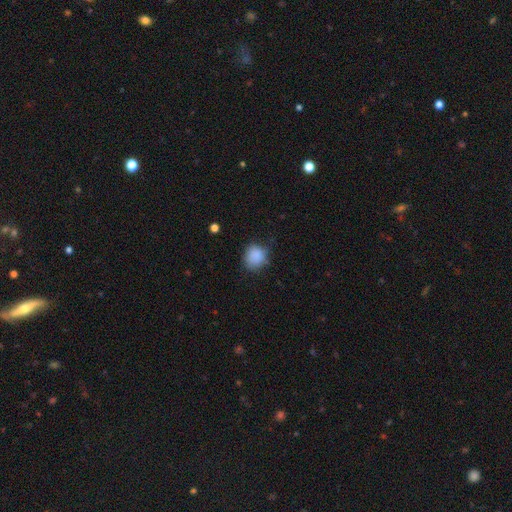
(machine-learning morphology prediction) Smooth or featured?
  - smooth: 87% *
  - star or artifact: 9%
  - featured or disk: 5%
How rounded?
  - round: 76% *
  - in between: 23%
  - cigar-shaped: 1%
Merging?
  - none: 71% *
  - minor disturbance: 22%
  - major disturbance: 6%
  - merger: 1%